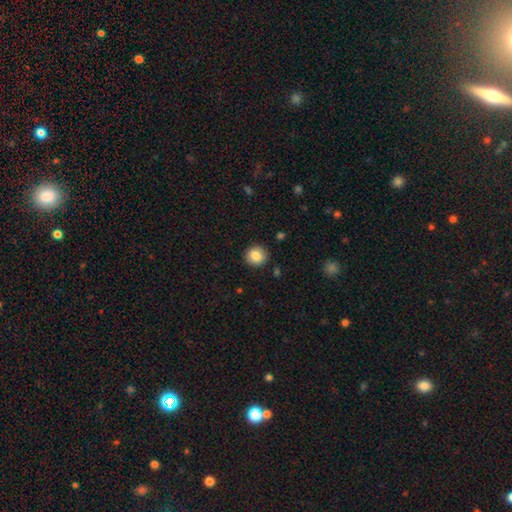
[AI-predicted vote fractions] This appears to be a smooth galaxy with no disk features (86%) that is round (87%). Merging: none (89%).